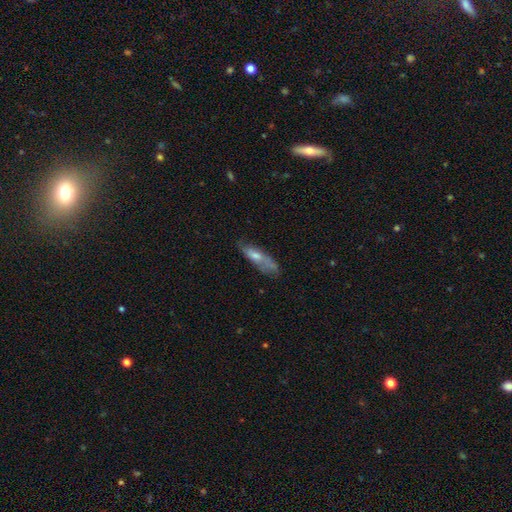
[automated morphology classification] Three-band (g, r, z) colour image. It shows a smooth galaxy with no disk features (49%). Merging: none (56%).